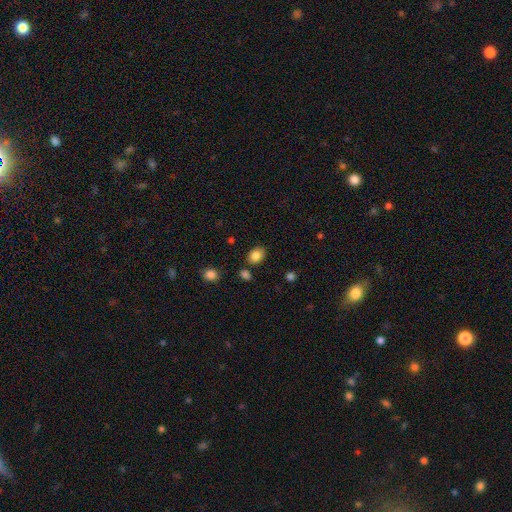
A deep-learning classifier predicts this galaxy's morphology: Smooth or featured? smooth (84%)
How rounded? in between (67%)
Merging? none (79%)